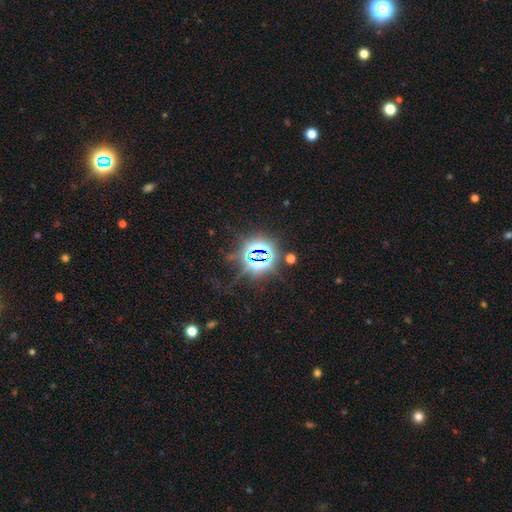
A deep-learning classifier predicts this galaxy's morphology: Overall: star or artifact (80%).